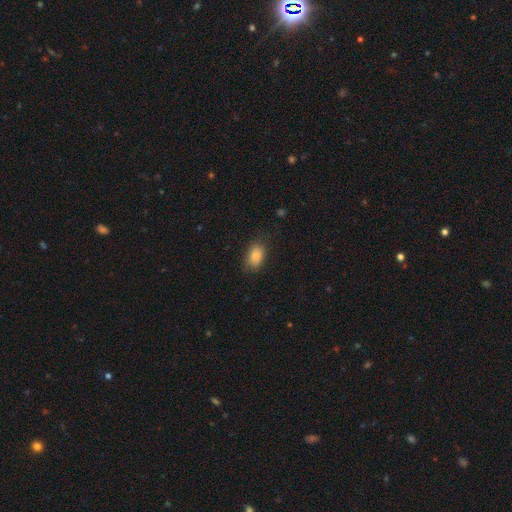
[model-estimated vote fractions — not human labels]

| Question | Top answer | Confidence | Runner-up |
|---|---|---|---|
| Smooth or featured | smooth | 85% | star or artifact (8%) |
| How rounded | in between | 87% | round (11%) |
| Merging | none | 76% | minor disturbance (18%) |